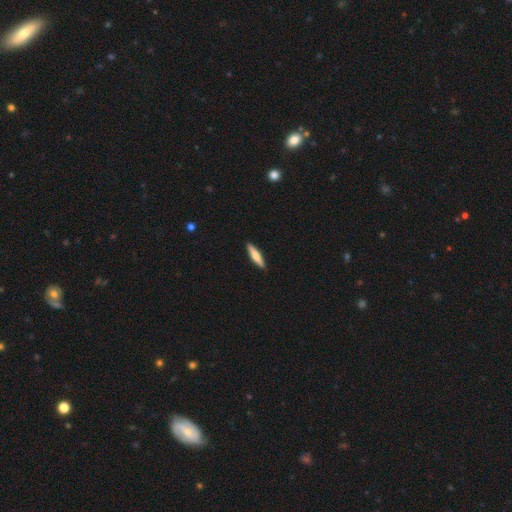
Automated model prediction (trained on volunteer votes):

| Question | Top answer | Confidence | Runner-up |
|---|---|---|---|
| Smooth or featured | smooth | 66% | featured or disk (28%) |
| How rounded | cigar-shaped | 84% | in between (15%) |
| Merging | none | 90% | minor disturbance (7%) |